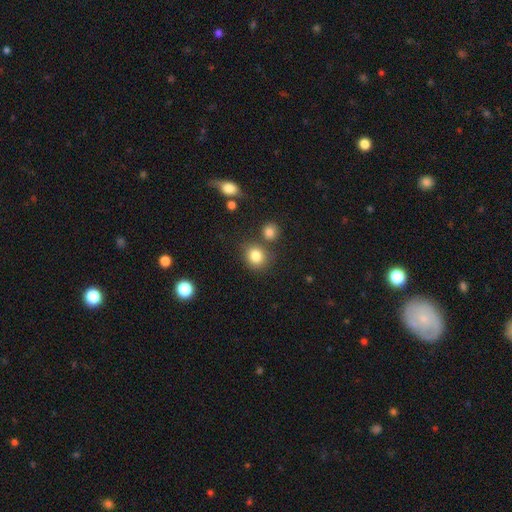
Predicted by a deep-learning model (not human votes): Overall: smooth (82%). How rounded: round (77%). Merging: none (73%).